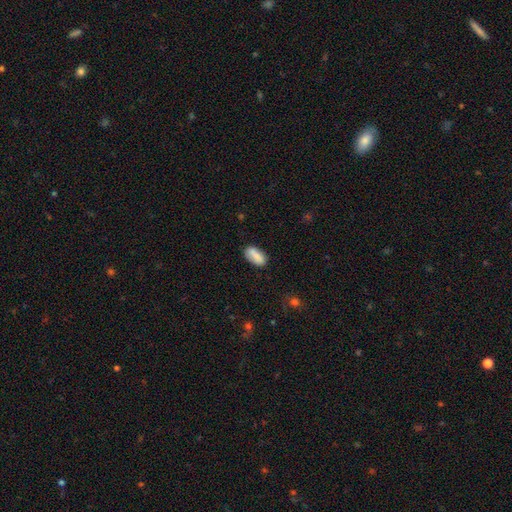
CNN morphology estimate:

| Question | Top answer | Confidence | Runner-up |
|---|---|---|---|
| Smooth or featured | smooth | 79% | featured or disk (14%) |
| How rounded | in between | 87% | cigar-shaped (10%) |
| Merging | none | 76% | minor disturbance (15%) |